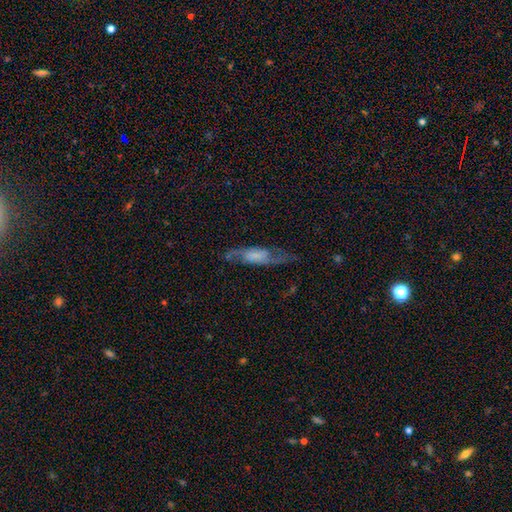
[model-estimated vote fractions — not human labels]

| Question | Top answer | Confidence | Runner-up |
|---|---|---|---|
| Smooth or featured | featured or disk | 70% | smooth (22%) |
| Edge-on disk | no | 75% | yes (25%) |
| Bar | no | 47% | weak (37%) |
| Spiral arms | yes | 88% | no (12%) |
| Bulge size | none | 36% | small (25%) |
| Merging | none | 66% | minor disturbance (19%) |